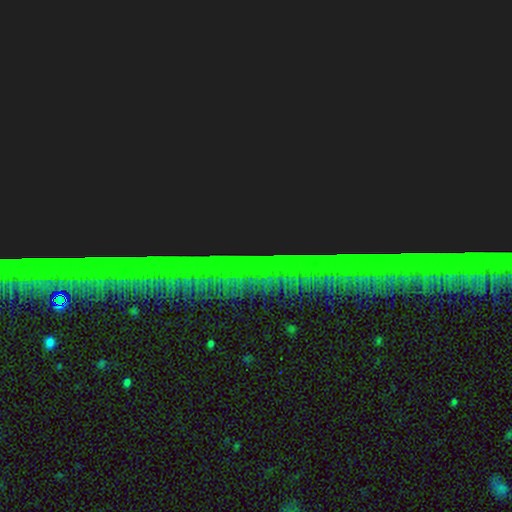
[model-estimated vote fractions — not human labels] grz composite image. It shows a star or artifact, not a galaxy (87%).